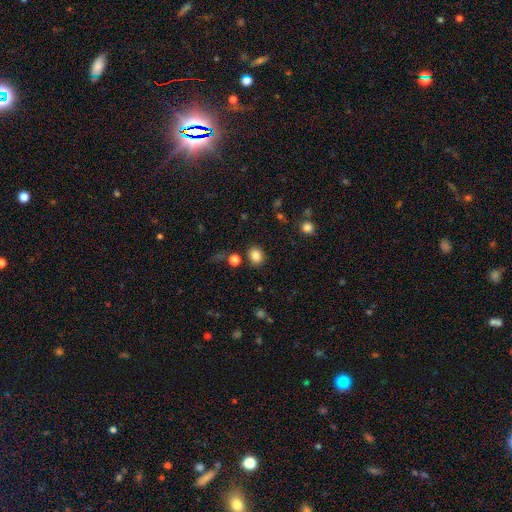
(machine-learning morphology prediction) The model was most divided on "how rounded": round: 61%, in between: 38%, cigar-shaped: 1%. More confident: smooth or featured — smooth (85%); merging — none (84%).